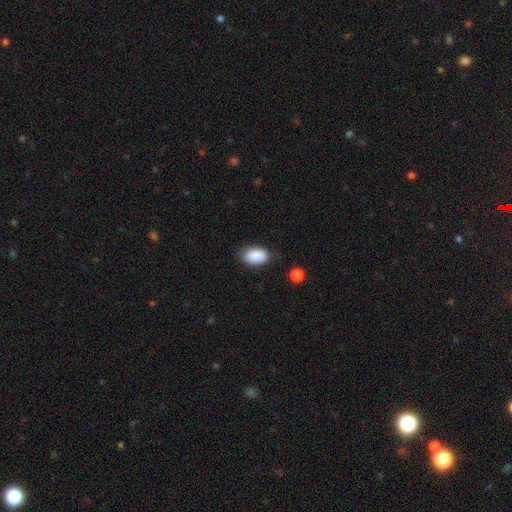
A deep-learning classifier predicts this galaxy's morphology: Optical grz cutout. It shows a smooth galaxy with no disk features (88%) that is in between round and cigar-shaped (91%). Merging: none (77%).